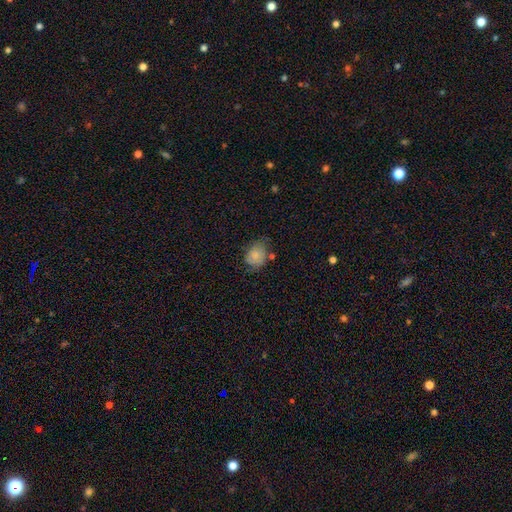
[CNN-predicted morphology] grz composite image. It shows a smooth galaxy with no disk features (79%) that is round (50%). Merging: none (59%).